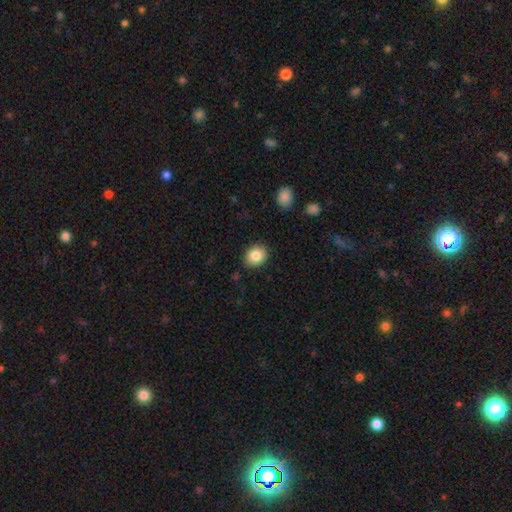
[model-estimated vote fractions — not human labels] Overall: smooth (84%). How rounded: round (62%; in between 37%). Merging: none (88%).